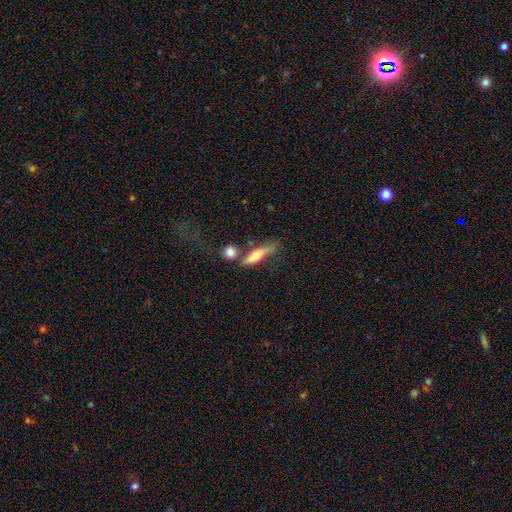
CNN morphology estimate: Smooth or featured?
  - smooth: 49% *
  - featured or disk: 44%
  - star or artifact: 7%
Merging?
  - none: 49% *
  - merger: 21%
  - minor disturbance: 20%
  - major disturbance: 10%